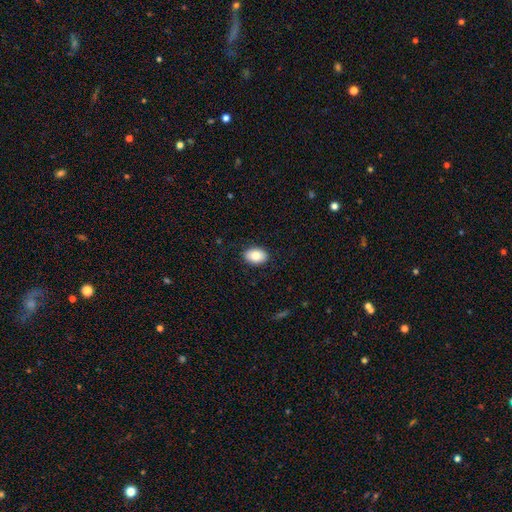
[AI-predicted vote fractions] Morphology: type=smooth (86%); roundness=in between (86%); merging=none (88%).